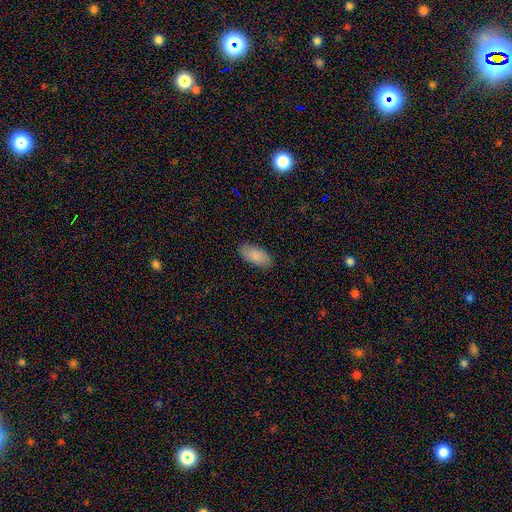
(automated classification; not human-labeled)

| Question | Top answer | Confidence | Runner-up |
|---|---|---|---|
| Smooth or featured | smooth | 88% | star or artifact (6%) |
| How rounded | in between | 92% | cigar-shaped (6%) |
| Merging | none | 87% | minor disturbance (10%) |